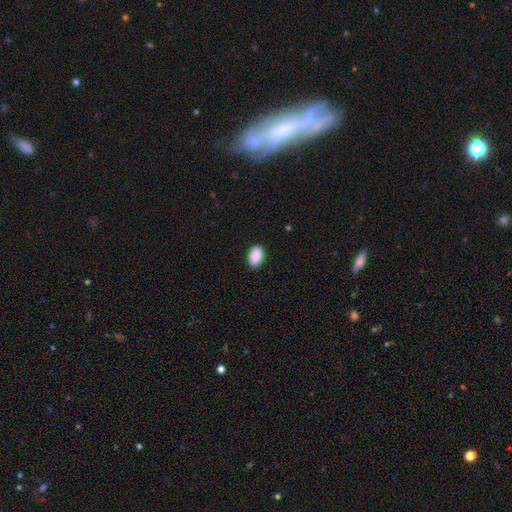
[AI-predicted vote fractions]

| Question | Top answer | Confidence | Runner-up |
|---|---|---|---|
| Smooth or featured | smooth | 90% | star or artifact (6%) |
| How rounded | in between | 92% | round (7%) |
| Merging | none | 88% | minor disturbance (9%) |